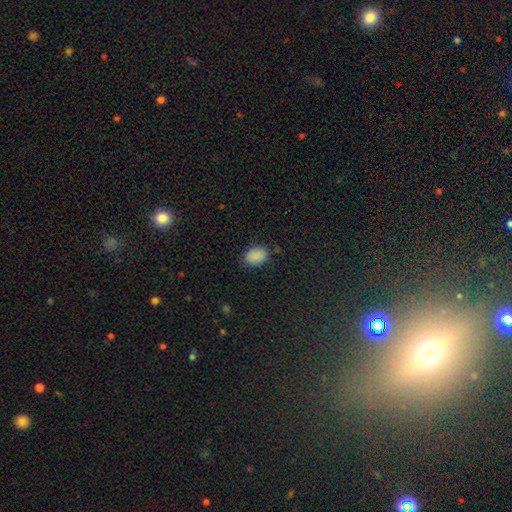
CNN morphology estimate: Smooth or featured: smooth — 88% (star or artifact — 9%)
How rounded: in between — 79% (round — 20%)
Merging: none — 83% (minor disturbance — 12%)